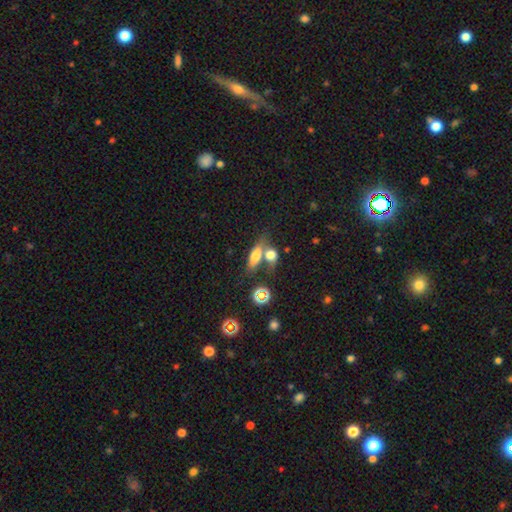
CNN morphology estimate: A smooth galaxy with no disk features (66%) that is in between round and cigar-shaped (61%). Merging: merger (43%).